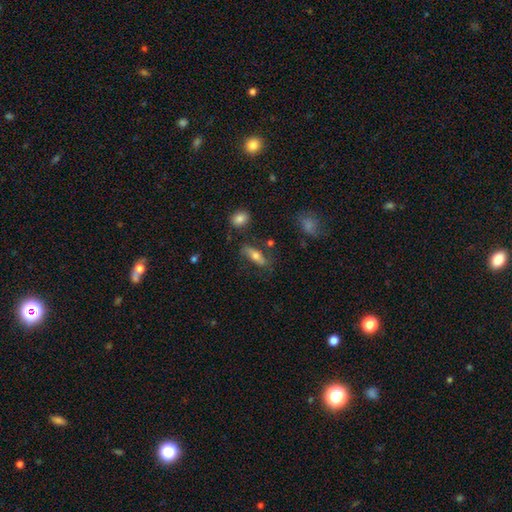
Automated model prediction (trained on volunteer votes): Smooth or featured? Predicted: smooth (p=0.56). How rounded? Predicted: in between (p=0.53). Merging? Predicted: none (p=0.64).